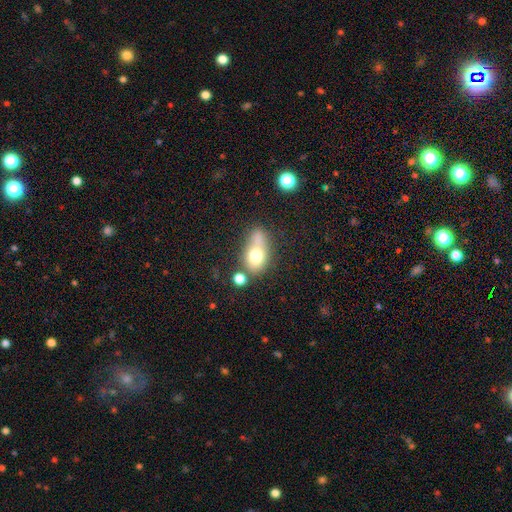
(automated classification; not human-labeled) Smooth or featured?
  - smooth: 69% *
  - featured or disk: 20%
  - star or artifact: 11%
How rounded?
  - in between: 72% *
  - round: 23%
  - cigar-shaped: 5%
Merging?
  - none: 36% *
  - merger: 32%
  - minor disturbance: 20%
  - major disturbance: 12%